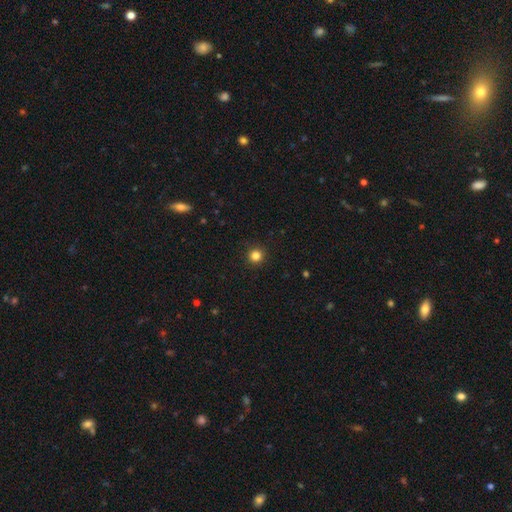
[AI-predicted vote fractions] Overall: smooth (83%). How rounded: round (95%). Merging: none (93%).